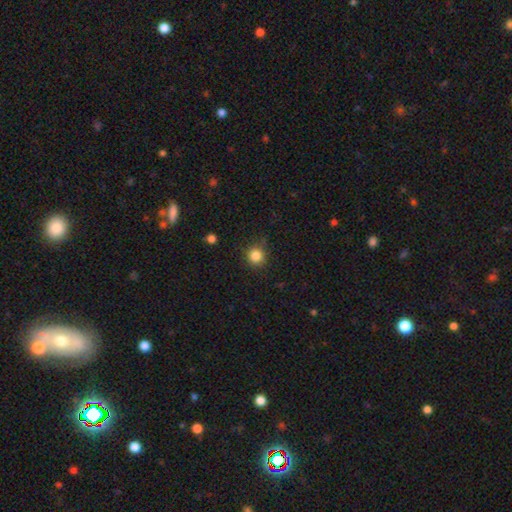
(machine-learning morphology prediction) This is clearly a smooth galaxy (84%). How rounded: clearly round (92%). Merging: clearly none (84%).